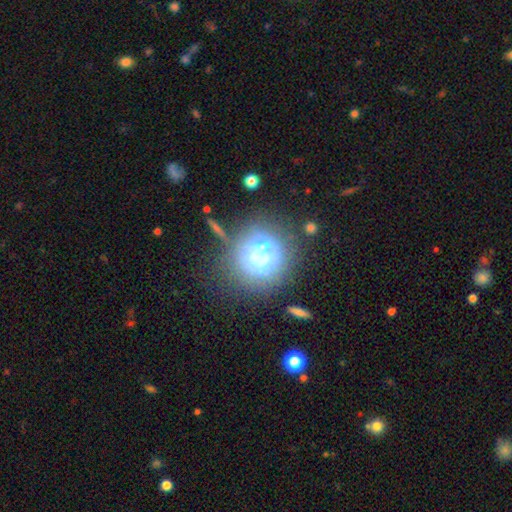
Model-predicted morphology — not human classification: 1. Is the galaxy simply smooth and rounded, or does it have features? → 55% smooth, 27% featured or disk, 18% star or artifact.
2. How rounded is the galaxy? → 87% round, 12% in between, 1% cigar-shaped.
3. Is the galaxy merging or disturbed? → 52% none, 23% merger, 13% minor disturbance, 12% major disturbance.